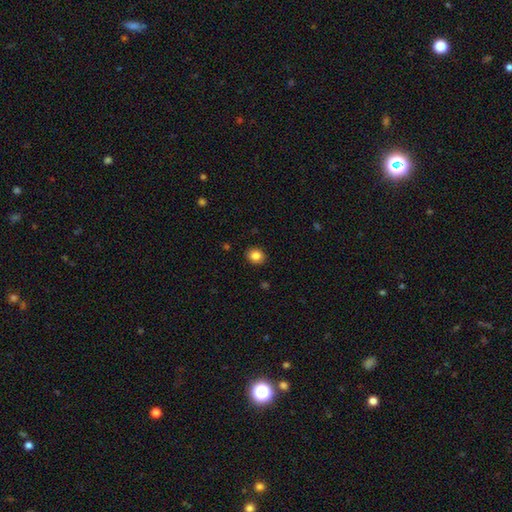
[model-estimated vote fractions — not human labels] A smooth galaxy with no disk features (84%) that is round (64%). Merging: none (90%).